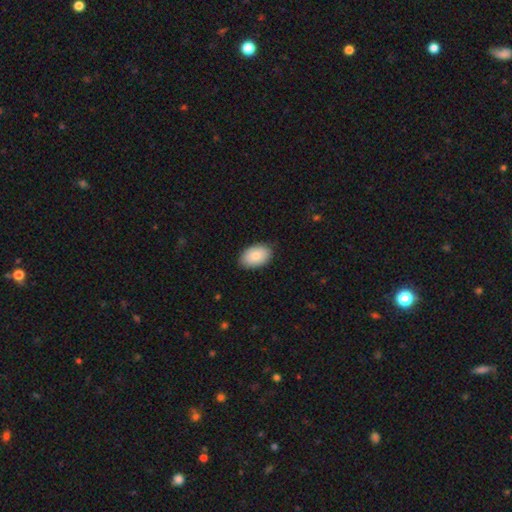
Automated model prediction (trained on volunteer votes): Smooth or featured? Predicted: smooth (p=0.87). How rounded? Predicted: in between (p=0.93). Merging? Predicted: none (p=0.86).